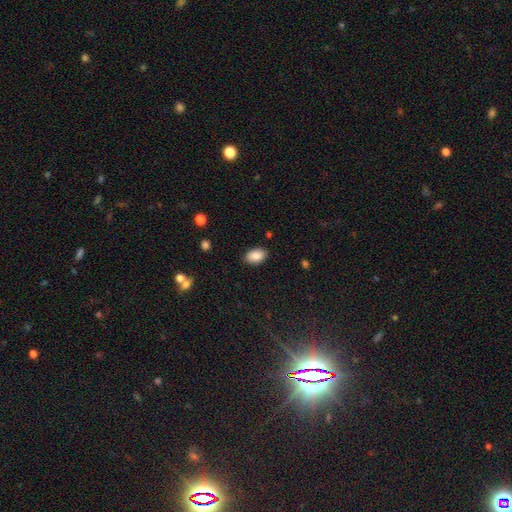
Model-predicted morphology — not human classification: Smooth or featured?
  - smooth: 87% *
  - star or artifact: 7%
  - featured or disk: 6%
How rounded?
  - in between: 89% *
  - round: 9%
  - cigar-shaped: 1%
Merging?
  - none: 86% *
  - minor disturbance: 10%
  - major disturbance: 2%
  - merger: 1%